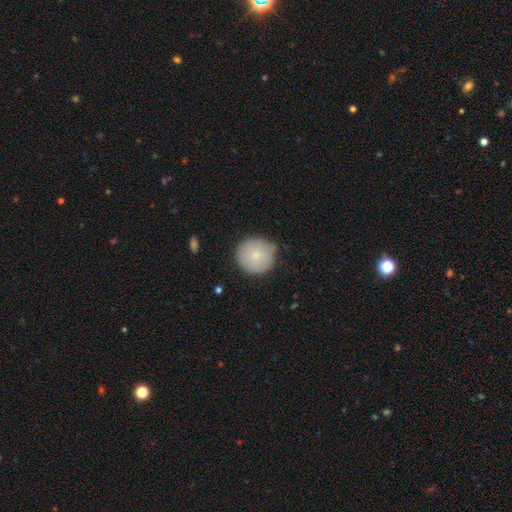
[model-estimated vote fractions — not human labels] The model was most divided on "merging": none: 74%, minor disturbance: 21%, major disturbance: 4%, merger: 2%. More confident: how rounded — round (93%); smooth or featured — smooth (78%).